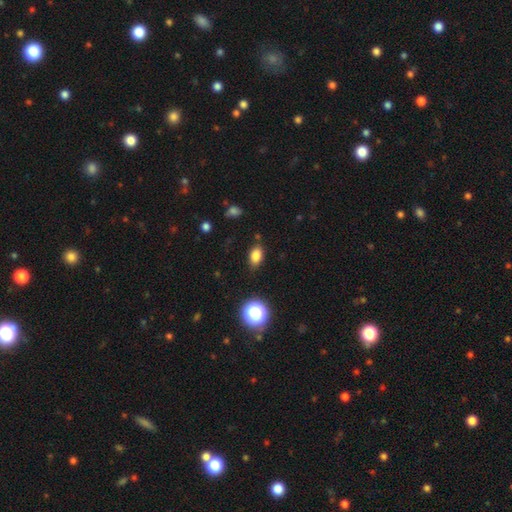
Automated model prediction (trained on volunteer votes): smooth_or_featured: smooth (p=0.82) [alt: star or artifact p=0.12]
how_rounded: in between (p=0.83) [alt: round p=0.14]
merging: none (p=0.83) [alt: minor disturbance p=0.12]